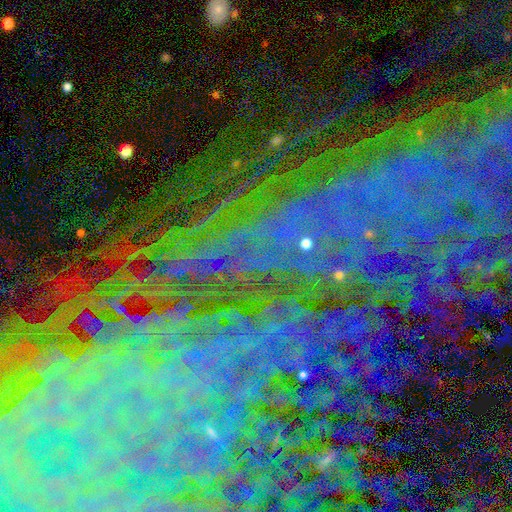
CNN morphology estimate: A star or artifact, not a galaxy (76%).

Vote fractions:
- Smooth or featured? star or artifact: 76% / featured or disk: 15% / smooth: 9%